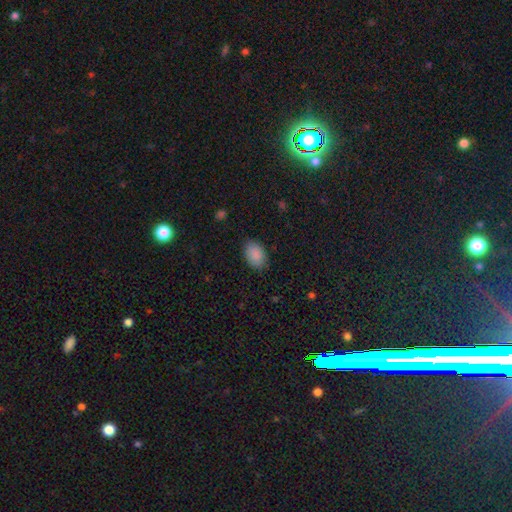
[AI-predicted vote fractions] The model was most divided on "merging": none: 85%, minor disturbance: 11%, major disturbance: 3%, merger: 1%. More confident: smooth or featured — smooth (89%); how rounded — in between (88%).